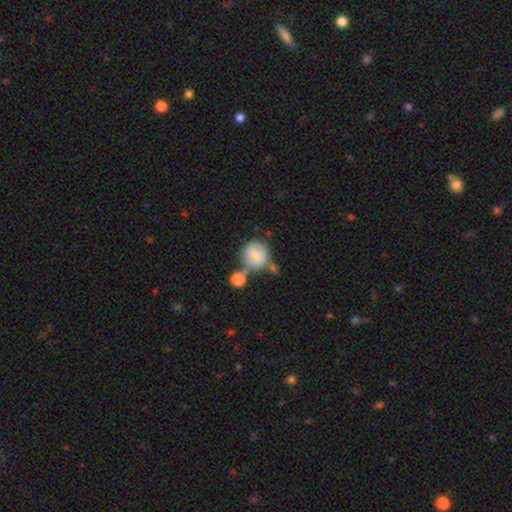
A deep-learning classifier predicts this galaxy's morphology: This appears to be a smooth galaxy with no disk features (78%) that is round (89%). Merging: none (55%).